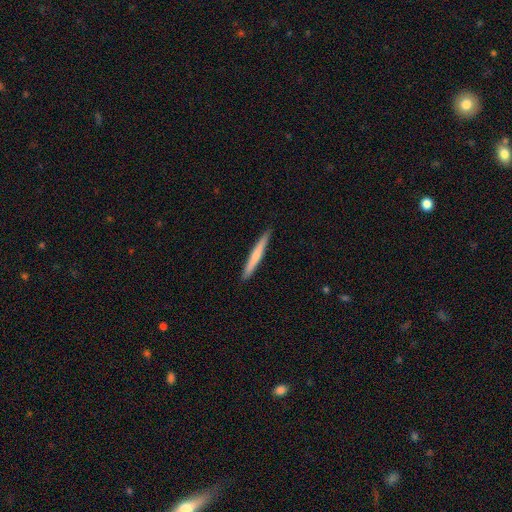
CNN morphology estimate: This appears to be a smooth galaxy with no disk features (62%) that is cigar-shaped (97%). Merging: none (91%).